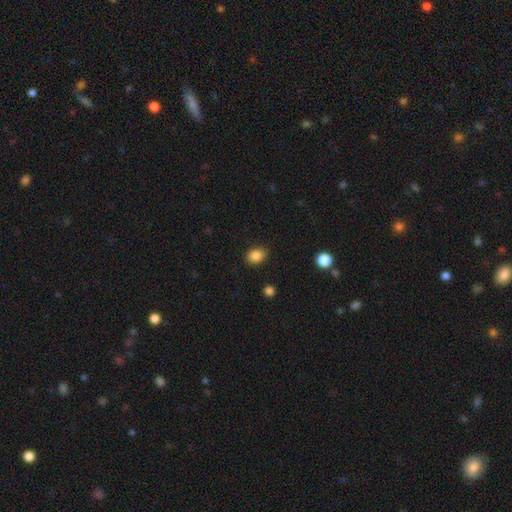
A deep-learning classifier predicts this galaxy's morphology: Smooth or featured? Predicted: smooth (p=0.87). How rounded? Predicted: in between (p=0.66). Merging? Predicted: none (p=0.87).